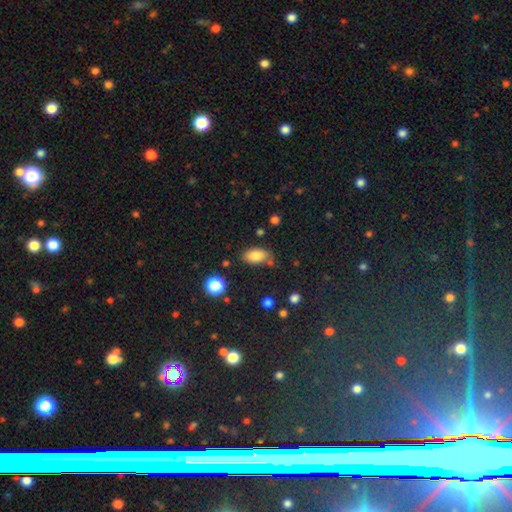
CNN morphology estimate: Smooth or featured: smooth — 83% (star or artifact — 9%)
How rounded: in between — 91% (round — 5%)
Merging: none — 71% (minor disturbance — 18%)